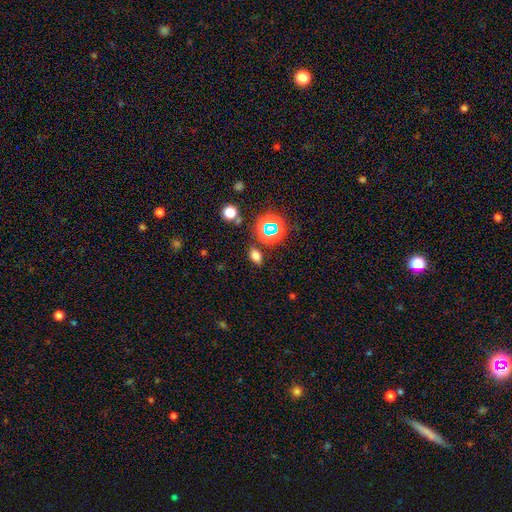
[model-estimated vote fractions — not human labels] smooth-or-featured: smooth: 68% | star or artifact: 24% | featured or disk: 7%
  how-rounded: in between: 79% | round: 18% | cigar-shaped: 3%
  merging: none: 82% | minor disturbance: 11% | merger: 4% | major disturbance: 4%